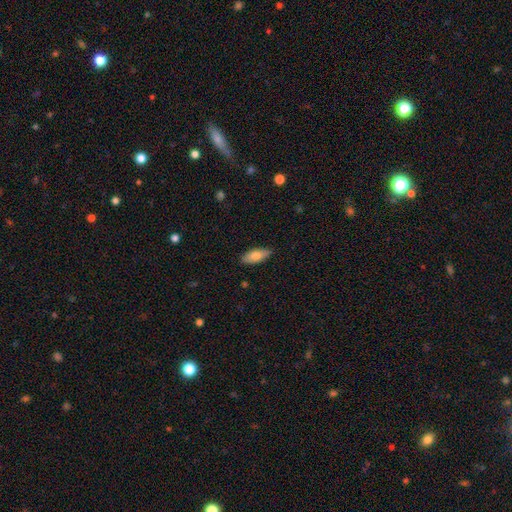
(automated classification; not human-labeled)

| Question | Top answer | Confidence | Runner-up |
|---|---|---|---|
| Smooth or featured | smooth | 76% | featured or disk (18%) |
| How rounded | in between | 82% | cigar-shaped (15%) |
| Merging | none | 85% | minor disturbance (12%) |